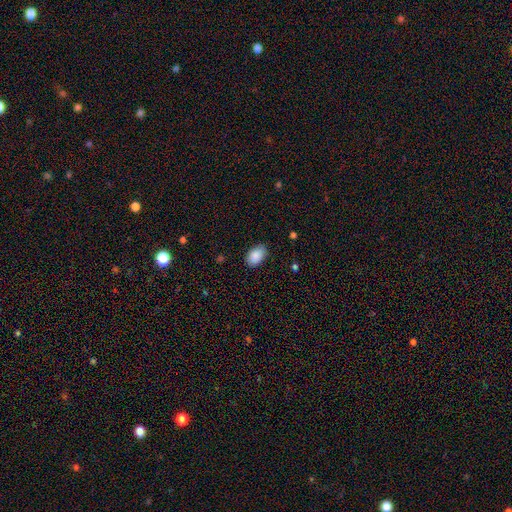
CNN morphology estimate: A smooth galaxy with no disk features (89%) that is in between round and cigar-shaped (91%).

Vote fractions:
- Smooth or featured? smooth: 89% / star or artifact: 7% / featured or disk: 4%
- How rounded? in between: 91% / round: 8% / cigar-shaped: 1%
- Merging? none: 84% / minor disturbance: 12% / major disturbance: 2% / merger: 1%